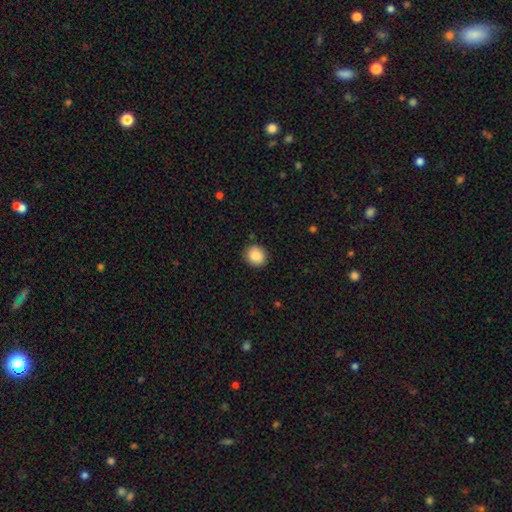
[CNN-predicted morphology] A smooth galaxy with no disk features (87%) that is round (86%).

Vote fractions:
- Smooth or featured? smooth: 87% / star or artifact: 8% / featured or disk: 4%
- How rounded? round: 86% / in between: 13% / cigar-shaped: 1%
- Merging? none: 88% / minor disturbance: 8% / major disturbance: 2% / merger: 1%